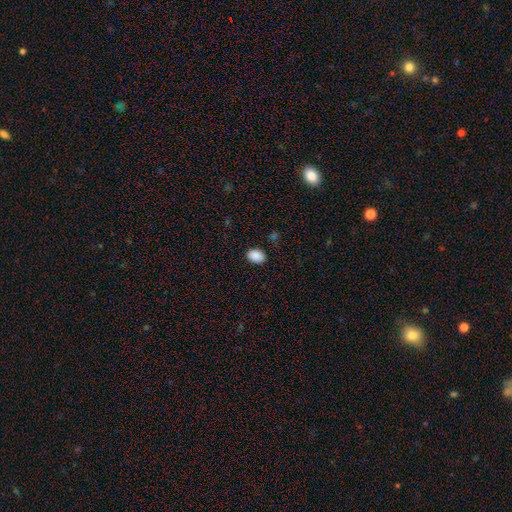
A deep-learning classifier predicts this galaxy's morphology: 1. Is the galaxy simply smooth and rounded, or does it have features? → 89% smooth, 8% star or artifact, 3% featured or disk.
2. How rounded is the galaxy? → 79% in between, 20% round, 1% cigar-shaped.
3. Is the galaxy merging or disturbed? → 86% none, 10% minor disturbance, 3% major disturbance, 1% merger.